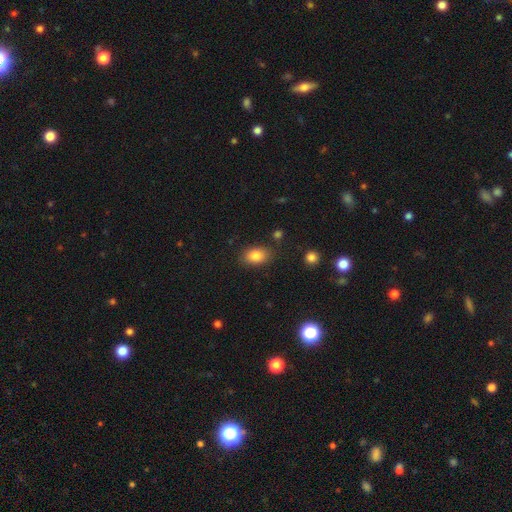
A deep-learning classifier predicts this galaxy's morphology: The model was most divided on "how rounded": in between: 82%, round: 16%, cigar-shaped: 1%. More confident: smooth or featured — smooth (83%); merging — none (83%).